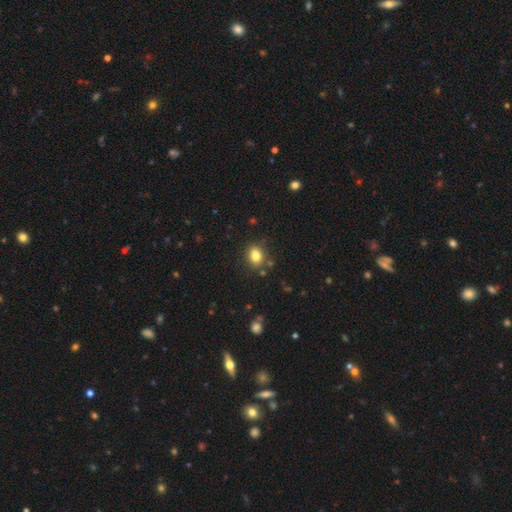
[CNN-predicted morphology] A smooth galaxy with no disk features (83%) that is in between round and cigar-shaped (61%).

Vote fractions:
- Smooth or featured? smooth: 83% / star or artifact: 11% / featured or disk: 7%
- How rounded? in between: 61% / round: 37% / cigar-shaped: 1%
- Merging? none: 81% / minor disturbance: 12% / merger: 4% / major disturbance: 3%